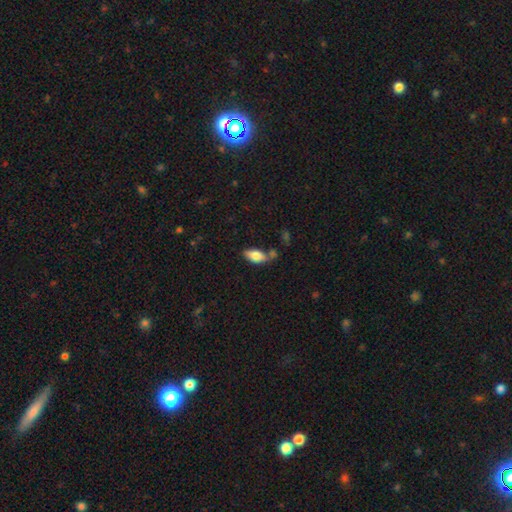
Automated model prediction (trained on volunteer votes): Overall: smooth (80%). How rounded: in between (90%). Merging: none (56%; minor disturbance 22%).